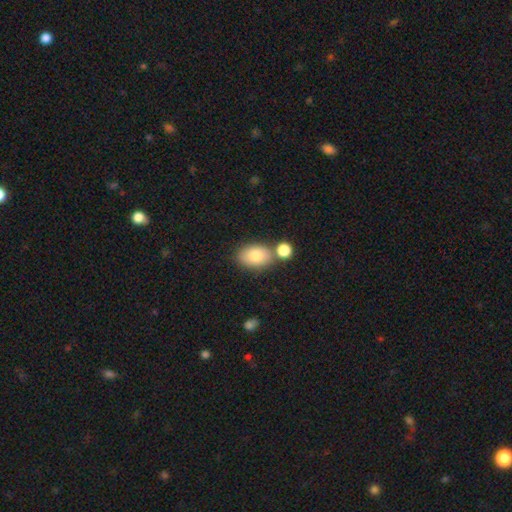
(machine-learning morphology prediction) Smooth or featured? Predicted: smooth (p=0.80). How rounded? Predicted: in between (p=0.84). Merging? Predicted: none (p=0.65).